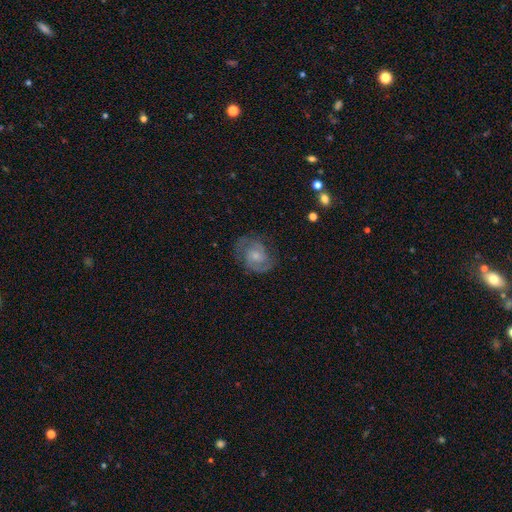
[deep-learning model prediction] A featured or disk galaxy (74%) with no bar (66%), 2 (79%) medium (47%) spiral arms (92%) and a small central bulge (51%). Merging: none (69%).